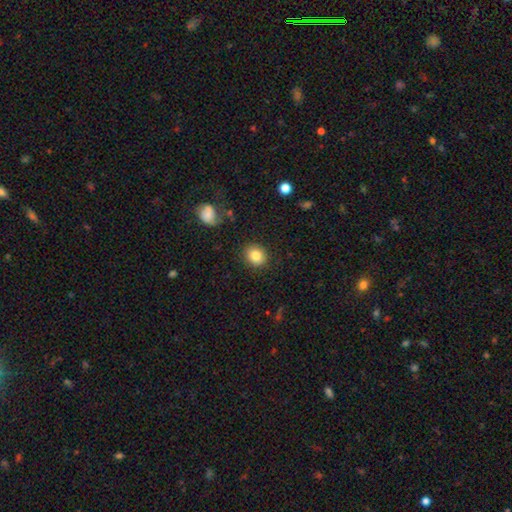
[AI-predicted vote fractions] A smooth galaxy with no disk features (83%) that is round (71%). Merging: none (88%).